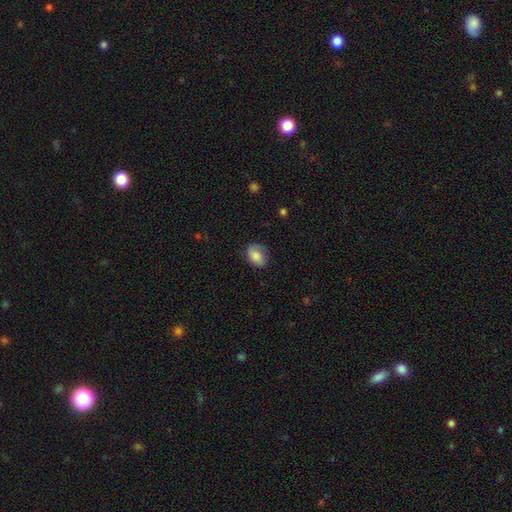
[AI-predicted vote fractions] Smooth or featured?
  - smooth: 82% *
  - featured or disk: 10%
  - star or artifact: 7%
How rounded?
  - in between: 77% *
  - round: 21%
  - cigar-shaped: 1%
Merging?
  - none: 74% *
  - minor disturbance: 20%
  - major disturbance: 5%
  - merger: 1%